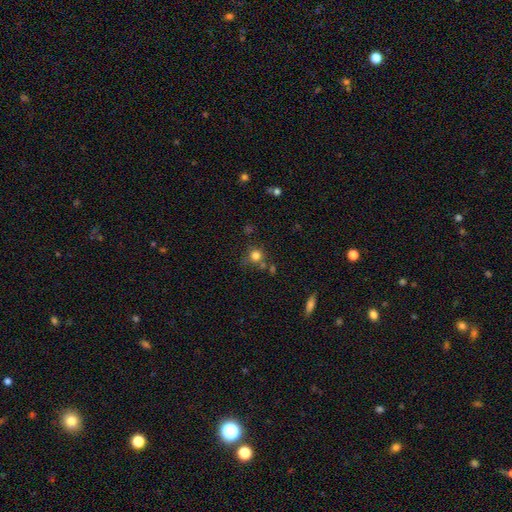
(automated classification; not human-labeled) smooth-or-featured: smooth: 78% | star or artifact: 14% | featured or disk: 7%
  how-rounded: round: 90% | in between: 9% | cigar-shaped: 1%
  merging: none: 66% | minor disturbance: 14% | merger: 14% | major disturbance: 6%